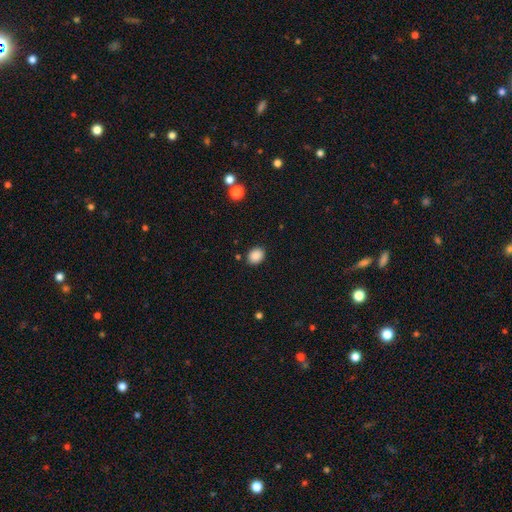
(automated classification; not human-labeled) Smooth or featured?
  - smooth: 88% *
  - star or artifact: 9%
  - featured or disk: 3%
How rounded?
  - in between: 53% *
  - round: 46%
  - cigar-shaped: 1%
Merging?
  - none: 86% *
  - minor disturbance: 10%
  - major disturbance: 2%
  - merger: 2%